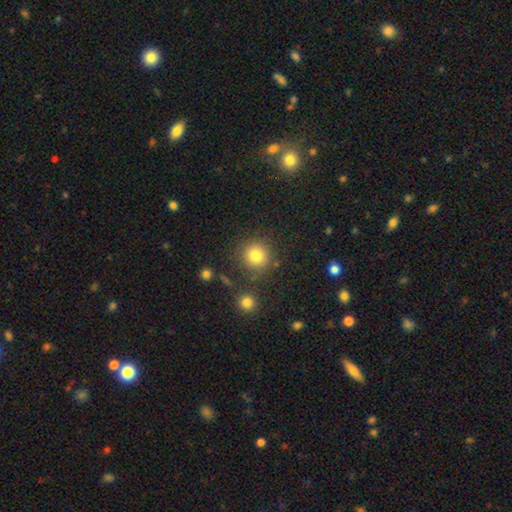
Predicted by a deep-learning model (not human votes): Q: Smooth or featured?
A: smooth (81%); runner-up: star or artifact (13%)
Q: How rounded?
A: round (92%); runner-up: in between (7%)
Q: Merging?
A: none (82%); runner-up: minor disturbance (9%)